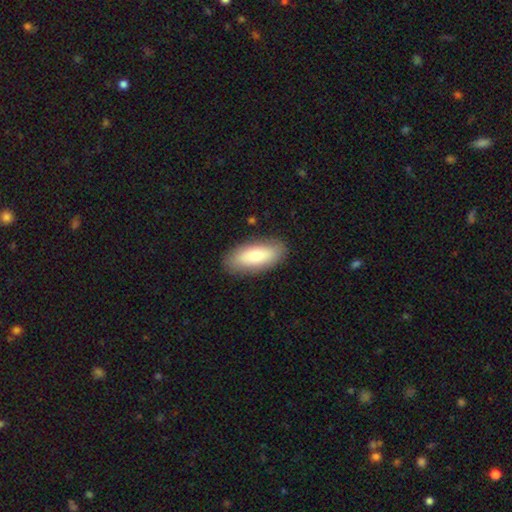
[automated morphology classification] A smooth galaxy with no disk features (75%) that is in between round and cigar-shaped (83%). Merging: none (87%).